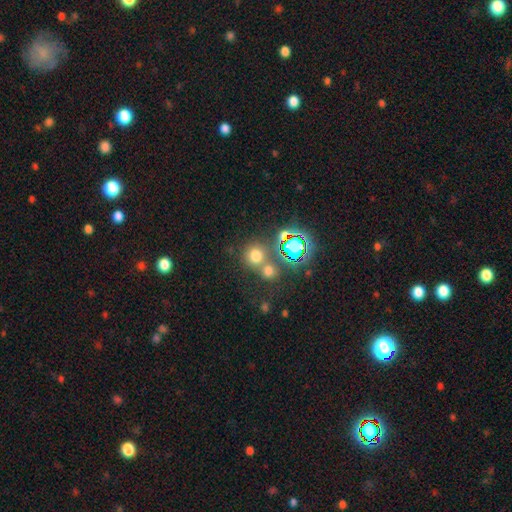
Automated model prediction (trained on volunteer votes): smooth 65%, star or artifact 26%, featured or disk 9%. Down the decision tree: how rounded — round (86%); merging — none (58%).